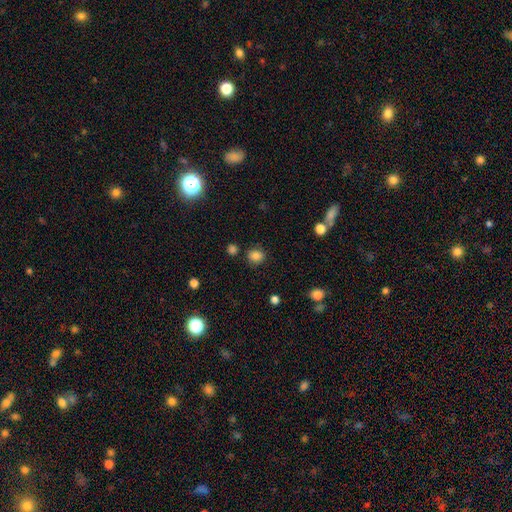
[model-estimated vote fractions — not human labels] Morphology: type=smooth (83%); roundness=round (79%); merging=none (85%).